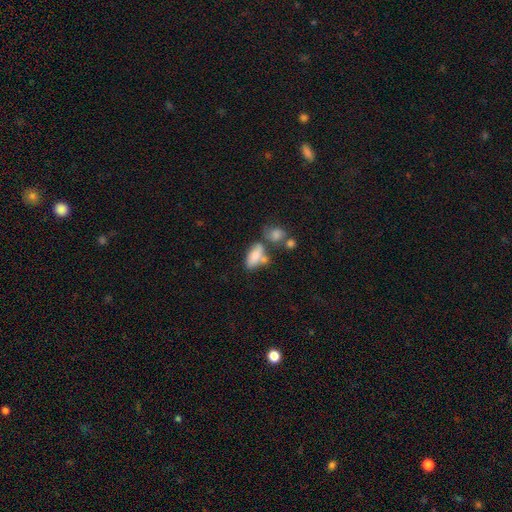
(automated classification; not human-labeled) Smooth or featured? Predicted: smooth (p=0.78). How rounded? Predicted: in between (p=0.87). Merging? Predicted: merger (p=0.35, tied with none).